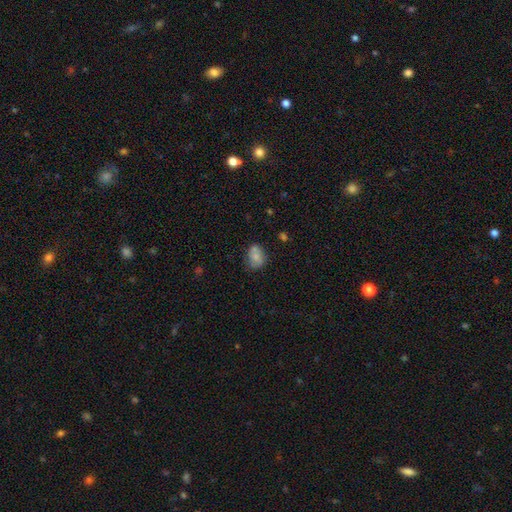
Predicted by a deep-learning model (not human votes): Q: Smooth or featured?
A: smooth (67%); runner-up: featured or disk (24%)
Q: How rounded?
A: in between (61%); runner-up: round (38%)
Q: Merging?
A: none (53%); runner-up: minor disturbance (26%)